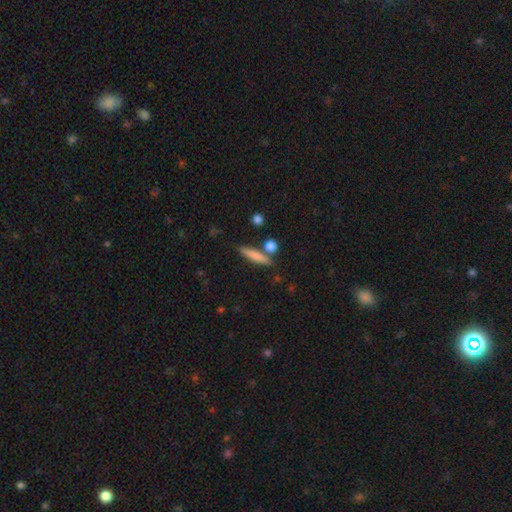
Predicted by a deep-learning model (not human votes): smooth-or-featured: smooth: 74% | featured or disk: 19% | star or artifact: 7%
  how-rounded: cigar-shaped: 82% | in between: 13% | round: 5%
  merging: none: 77% | merger: 10% | minor disturbance: 10% | major disturbance: 3%